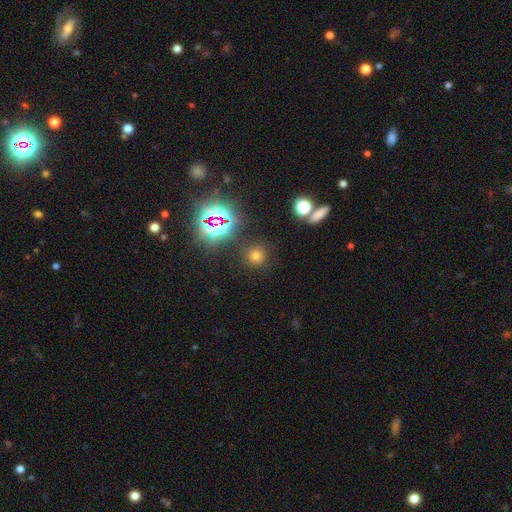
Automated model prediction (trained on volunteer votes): smooth-or-featured: smooth: 65% | star or artifact: 28% | featured or disk: 8%
  how-rounded: round: 92% | in between: 7% | cigar-shaped: 1%
  merging: none: 86% | minor disturbance: 7% | major disturbance: 3% | merger: 3%